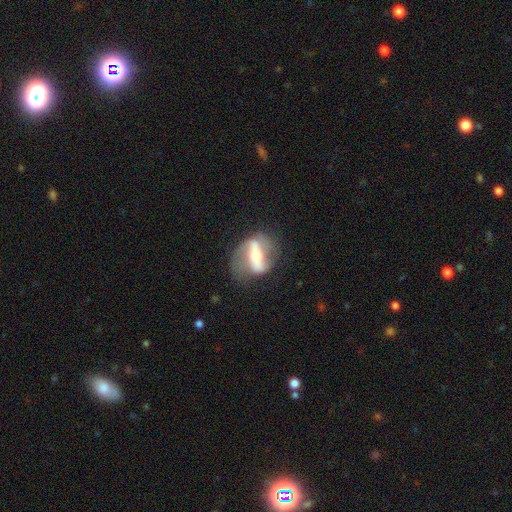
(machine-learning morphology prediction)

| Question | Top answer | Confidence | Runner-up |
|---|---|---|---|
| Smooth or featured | featured or disk | 75% | smooth (18%) |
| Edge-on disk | no | 86% | yes (14%) |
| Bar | strong | 72% | weak (18%) |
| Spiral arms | yes | 69% | no (31%) |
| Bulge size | moderate | 51% | small (32%) |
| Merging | none | 63% | minor disturbance (20%) |